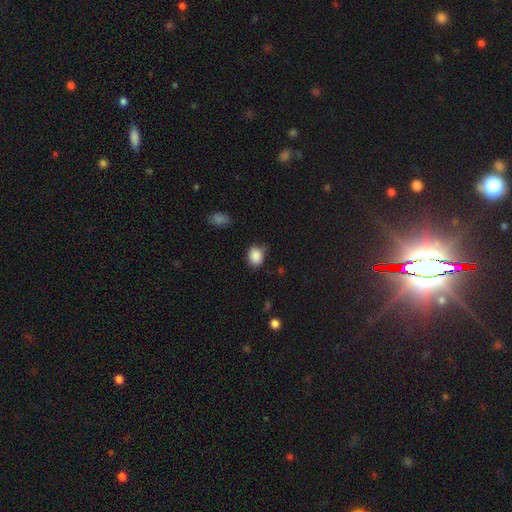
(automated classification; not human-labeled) Morphology: type=smooth (87%); roundness=in between (51%); merging=none (68%).